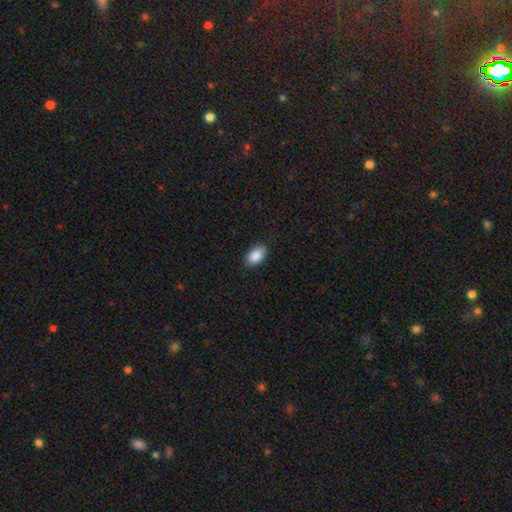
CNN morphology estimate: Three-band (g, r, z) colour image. It shows a smooth galaxy with no disk features (89%) that is in between round and cigar-shaped (92%). Merging: none (86%).